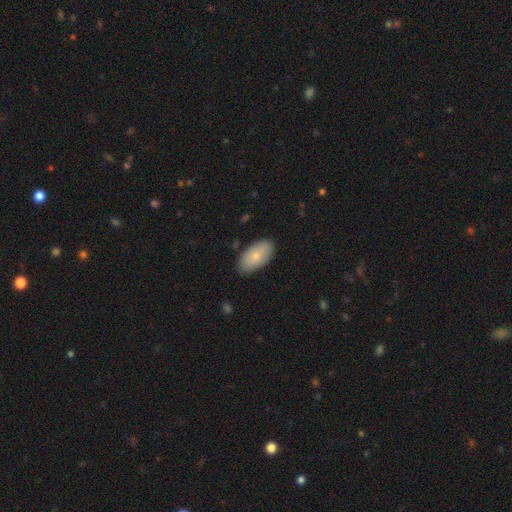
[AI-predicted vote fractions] This is likely a smooth galaxy (78%). How rounded: clearly in between (95%). Merging: clearly none (84%).